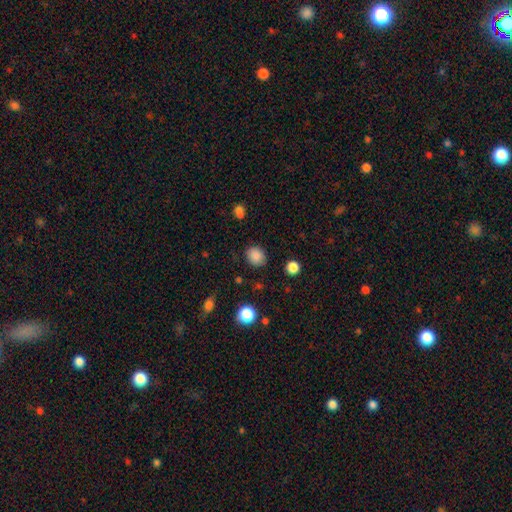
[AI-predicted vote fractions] The model was most divided on "how rounded": round: 64%, in between: 35%, cigar-shaped: 1%. More confident: smooth or featured — smooth (86%); merging — none (84%).